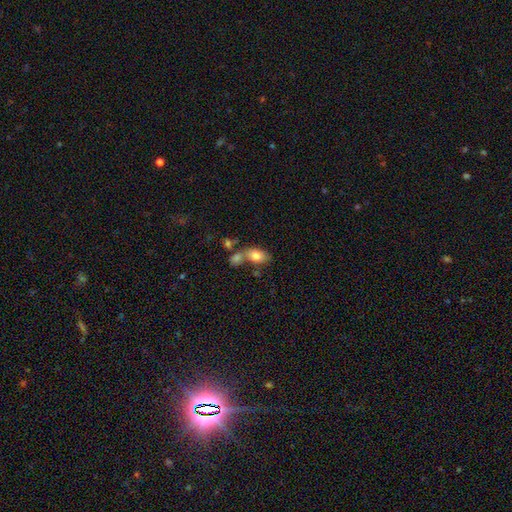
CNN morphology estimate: Smooth or featured? Predicted: smooth (p=0.79). How rounded? Predicted: in between (p=0.89). Merging? Predicted: none (p=0.45).